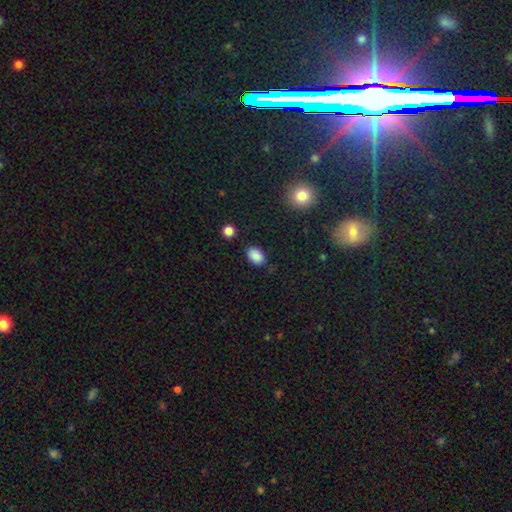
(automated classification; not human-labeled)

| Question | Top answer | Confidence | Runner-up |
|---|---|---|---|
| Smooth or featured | smooth | 87% | star or artifact (9%) |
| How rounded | in between | 84% | round (15%) |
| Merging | none | 82% | minor disturbance (13%) |